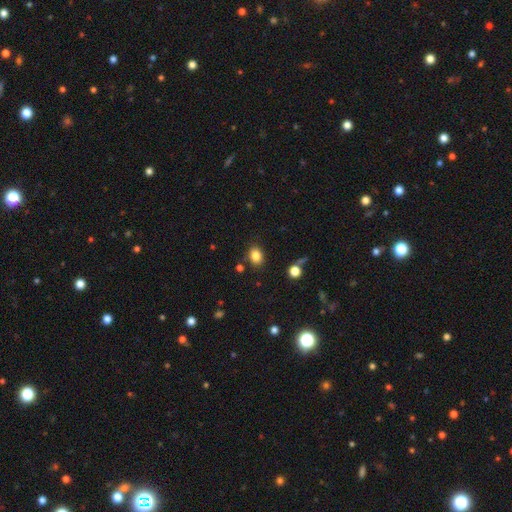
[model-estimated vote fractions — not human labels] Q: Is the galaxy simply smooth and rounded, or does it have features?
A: smooth — 83%.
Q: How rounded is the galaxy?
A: in between — 63%.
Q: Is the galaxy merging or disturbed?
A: none — 82%.